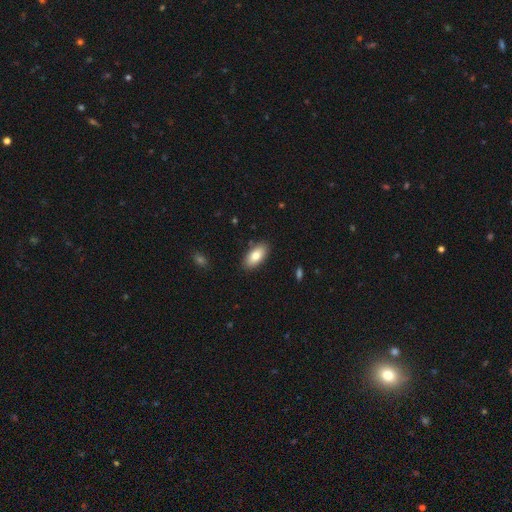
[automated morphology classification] A smooth galaxy with no disk features (80%) that is in between round and cigar-shaped (91%).

Vote fractions:
- Smooth or featured? smooth: 80% / featured or disk: 14% / star or artifact: 7%
- How rounded? in between: 91% / cigar-shaped: 6% / round: 3%
- Merging? none: 87% / minor disturbance: 9% / major disturbance: 2% / merger: 1%